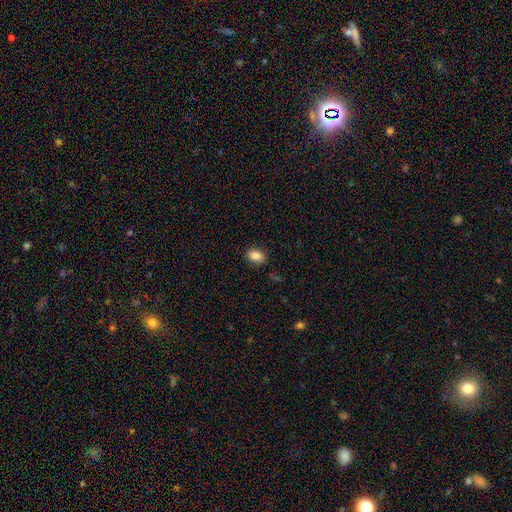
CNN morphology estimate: A smooth galaxy with no disk features (86%) that is in between round and cigar-shaped (74%).

Vote fractions:
- Smooth or featured? smooth: 86% / star or artifact: 9% / featured or disk: 5%
- How rounded? in between: 74% / round: 24% / cigar-shaped: 1%
- Merging? none: 86% / minor disturbance: 10% / major disturbance: 2% / merger: 1%